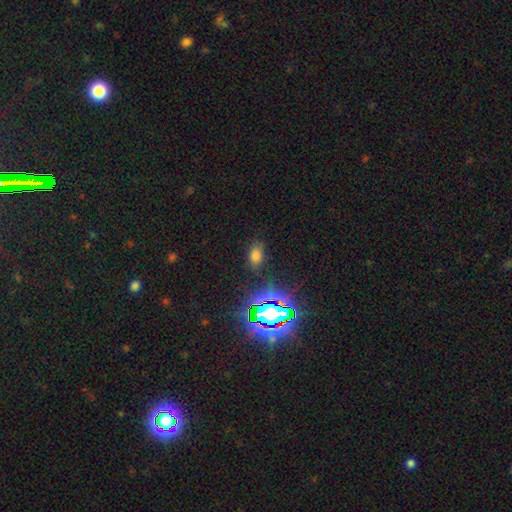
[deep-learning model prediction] Smooth or featured? Predicted: smooth (p=0.67). How rounded? Predicted: in between (p=0.87). Merging? Predicted: none (p=0.81).